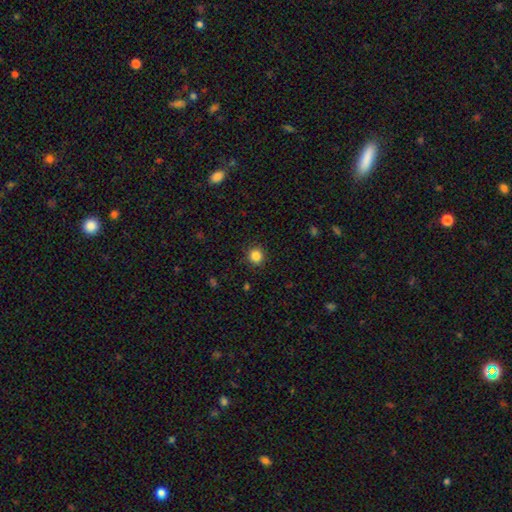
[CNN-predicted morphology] smooth_or_featured: smooth (p=0.85) [alt: star or artifact p=0.11]
how_rounded: round (p=0.92) [alt: in between p=0.07]
merging: none (p=0.91) [alt: minor disturbance p=0.06]